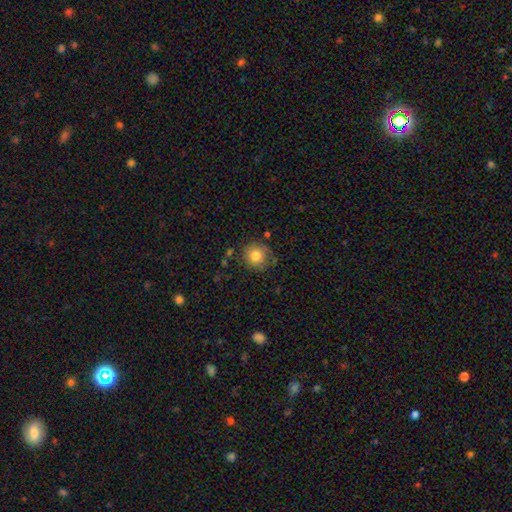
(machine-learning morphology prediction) Smooth or featured? smooth (81%)
How rounded? round (91%)
Merging? none (80%)